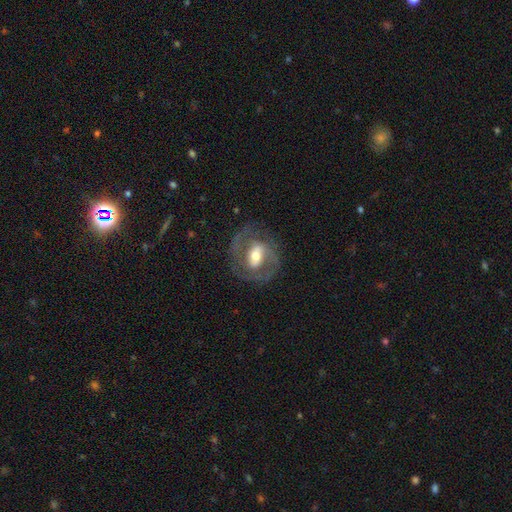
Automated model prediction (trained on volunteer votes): Morphology: type=featured or disk (79%); edge-on=no (96%); bar=weak (42%); spiral arms=yes (87%); winding=medium (50%); arm count=2 (80%); bulge=moderate (63%); merging=none (73%).